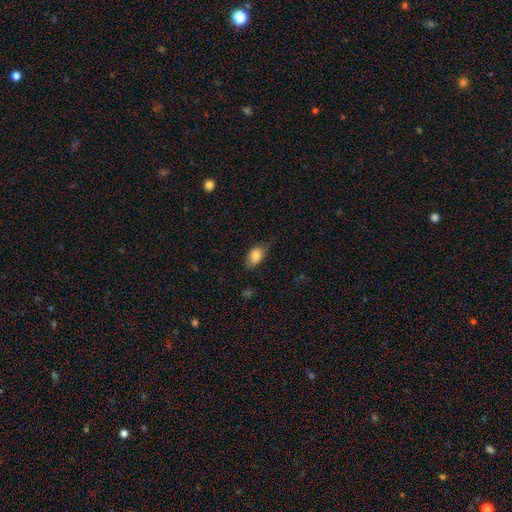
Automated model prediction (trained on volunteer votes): Overall: smooth (84%). How rounded: in between (88%). Merging: none (67%).